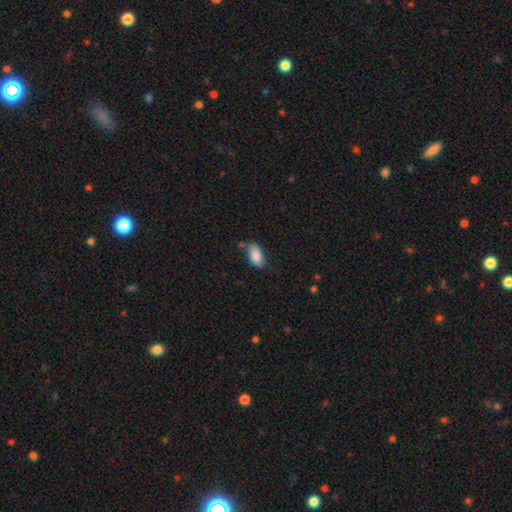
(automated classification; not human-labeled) smooth_or_featured: smooth (p=0.87) [alt: star or artifact p=0.07]
how_rounded: in between (p=0.92) [alt: cigar-shaped p=0.05]
merging: none (p=0.68) [alt: minor disturbance p=0.21]